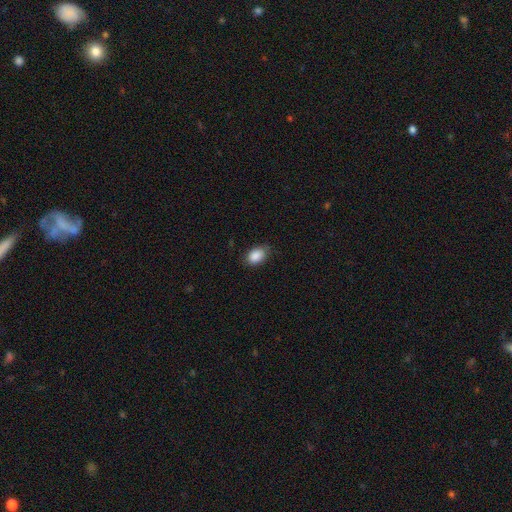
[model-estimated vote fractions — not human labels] Smooth or featured? smooth (88%)
How rounded? in between (82%)
Merging? none (75%)